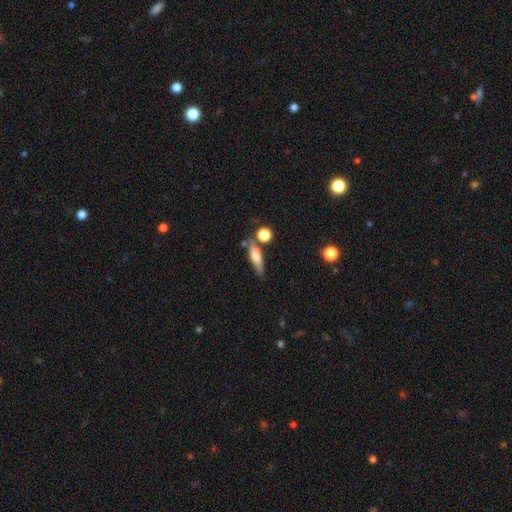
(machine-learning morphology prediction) Q: Smooth or featured?
A: smooth (65%); runner-up: featured or disk (27%)
Q: How rounded?
A: cigar-shaped (53%); runner-up: in between (41%)
Q: Merging?
A: none (61%); runner-up: minor disturbance (18%)